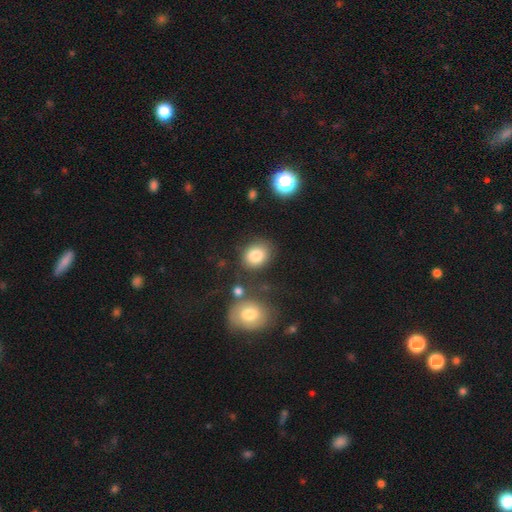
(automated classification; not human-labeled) smooth 84%, star or artifact 9%, featured or disk 8%. Down the decision tree: how rounded — round (56%); merging — none (74%).